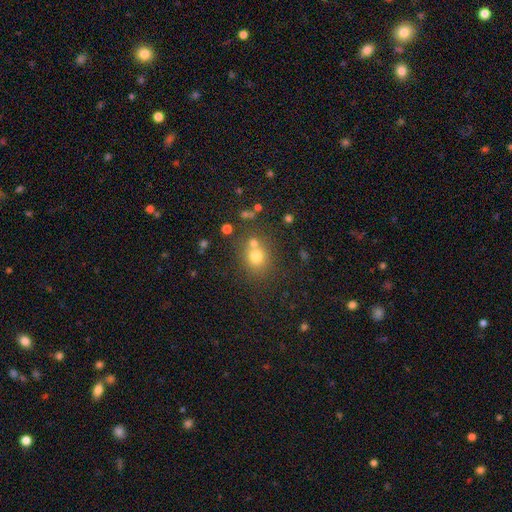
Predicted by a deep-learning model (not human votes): smooth-or-featured: smooth: 71% | star or artifact: 18% | featured or disk: 11%
  how-rounded: round: 78% | in between: 21% | cigar-shaped: 1%
  merging: none: 60% | merger: 26% | minor disturbance: 10% | major disturbance: 4%